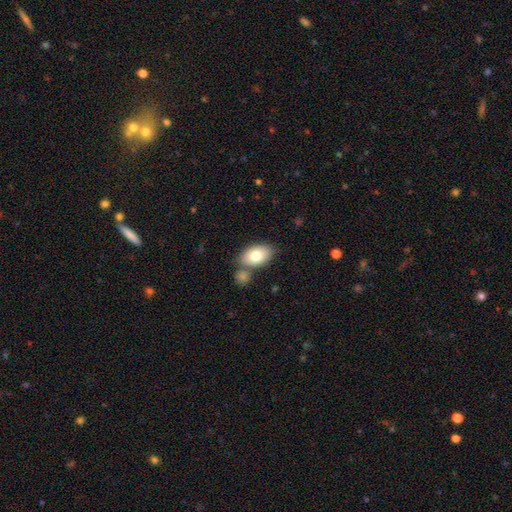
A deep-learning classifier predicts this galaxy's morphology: Q: Smooth or featured?
A: smooth (79%); runner-up: featured or disk (15%)
Q: How rounded?
A: in between (91%); runner-up: round (8%)
Q: Merging?
A: none (63%); runner-up: merger (20%)